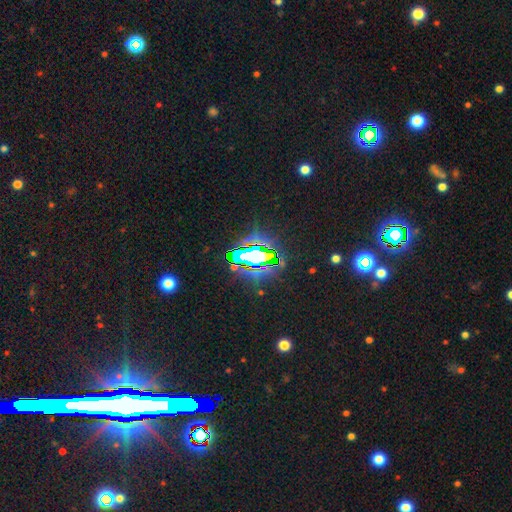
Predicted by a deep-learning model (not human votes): star or artifact 69%, smooth 18%, featured or disk 14%.